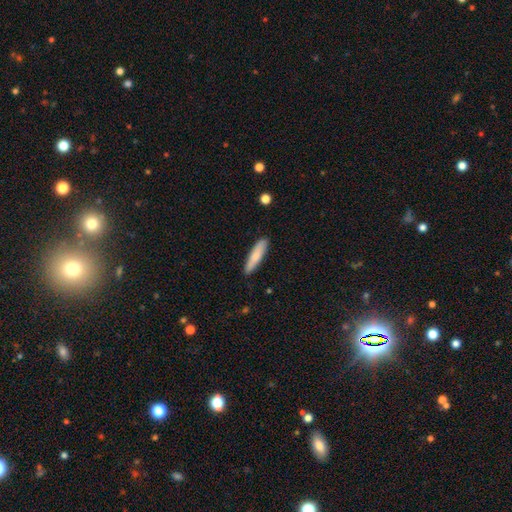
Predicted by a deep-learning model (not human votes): Smooth or featured? Predicted: smooth (p=0.78). How rounded? Predicted: cigar-shaped (p=0.80). Merging? Predicted: none (p=0.89).